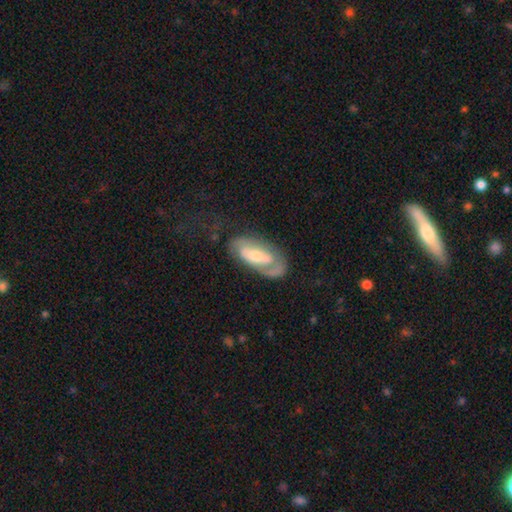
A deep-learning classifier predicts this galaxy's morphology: type=featured or disk (69%); edge-on=no (92%); bar=no (47%); spiral arms=yes (76%); bulge=moderate (51%); merging=none (58%).